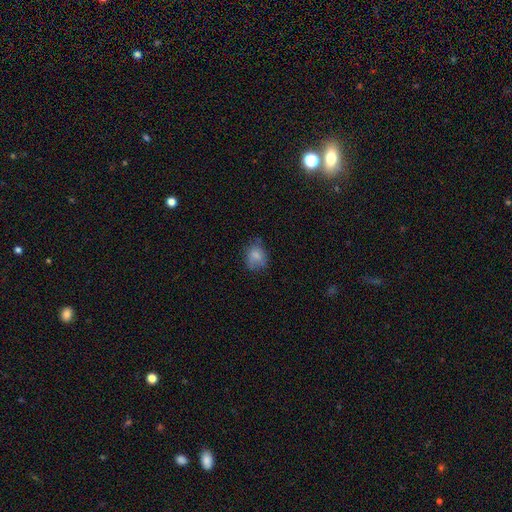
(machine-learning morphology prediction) smooth-or-featured: smooth: 77% | featured or disk: 13% | star or artifact: 10%
  how-rounded: round: 56% | in between: 43% | cigar-shaped: 1%
  merging: none: 60% | minor disturbance: 27% | major disturbance: 10% | merger: 3%